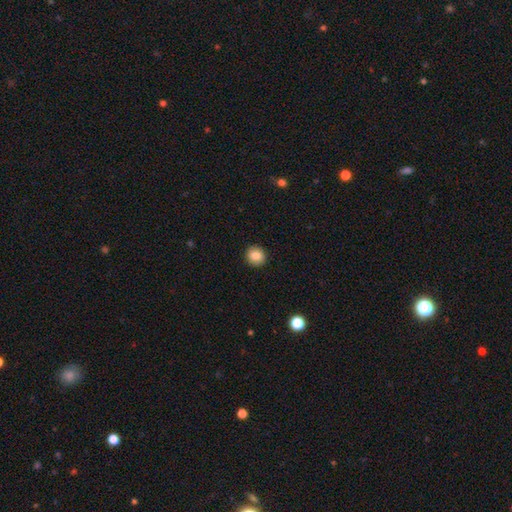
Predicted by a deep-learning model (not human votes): The model was most divided on "smooth or featured": smooth: 84%, star or artifact: 9%, featured or disk: 7%. More confident: merging — none (92%); how rounded — round (91%).